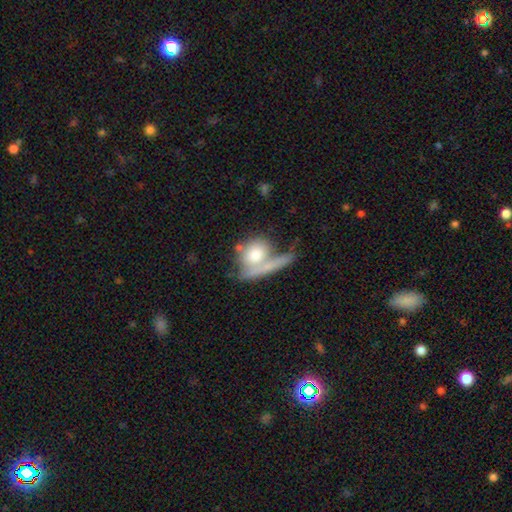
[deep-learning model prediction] Smooth or featured?
  - smooth: 66% *
  - featured or disk: 27%
  - star or artifact: 6%
How rounded?
  - round: 52% *
  - in between: 39%
  - cigar-shaped: 9%
Merging?
  - merger: 38% *
  - none: 35%
  - major disturbance: 14%
  - minor disturbance: 13%